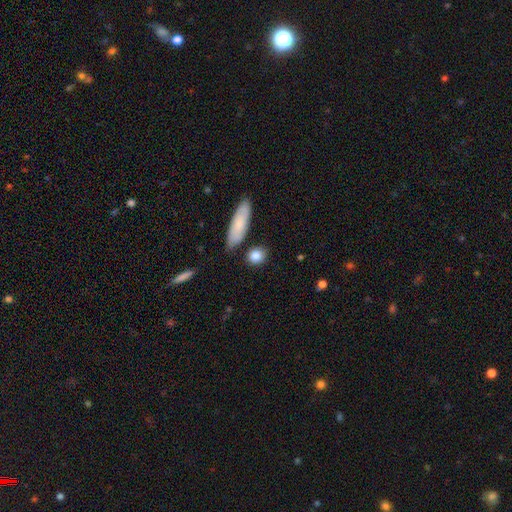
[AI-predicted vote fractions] A smooth galaxy with no disk features (85%) that is round (55%).

Vote fractions:
- Smooth or featured? smooth: 85% / featured or disk: 8% / star or artifact: 7%
- How rounded? round: 55% / in between: 39% / cigar-shaped: 6%
- Merging? none: 79% / minor disturbance: 12% / merger: 6% / major disturbance: 3%